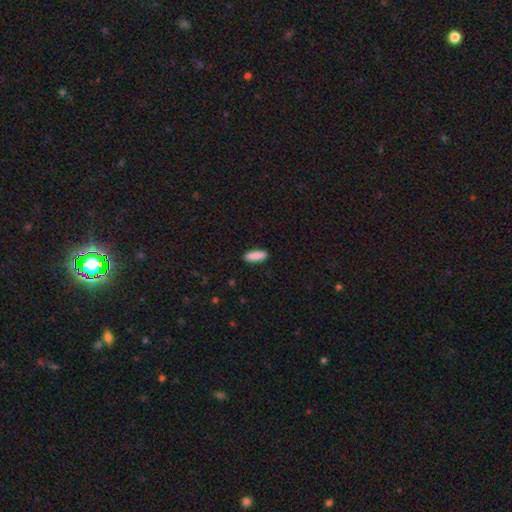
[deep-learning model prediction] Smooth or featured? smooth (89%)
How rounded? cigar-shaped (51%)
Merging? none (90%)